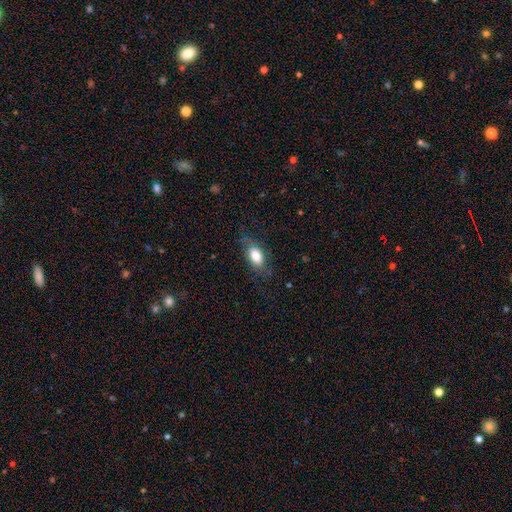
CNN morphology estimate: This is likely a smooth galaxy (72%). How rounded: clearly in between (89%). Merging: likely none (69%).